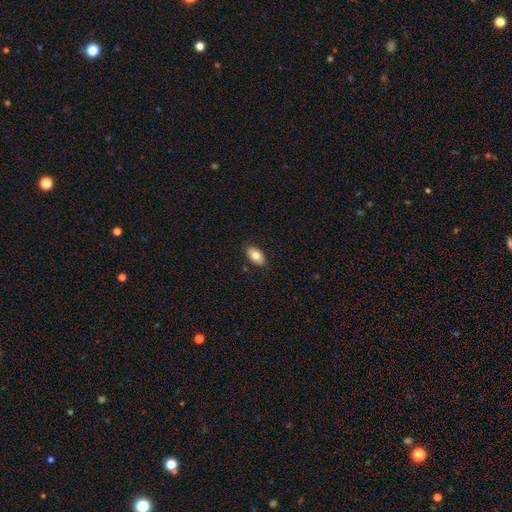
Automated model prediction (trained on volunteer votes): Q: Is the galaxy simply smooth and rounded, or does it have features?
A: smooth — 75%.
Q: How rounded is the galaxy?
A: in between — 92%.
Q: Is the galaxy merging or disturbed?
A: none — 87%.